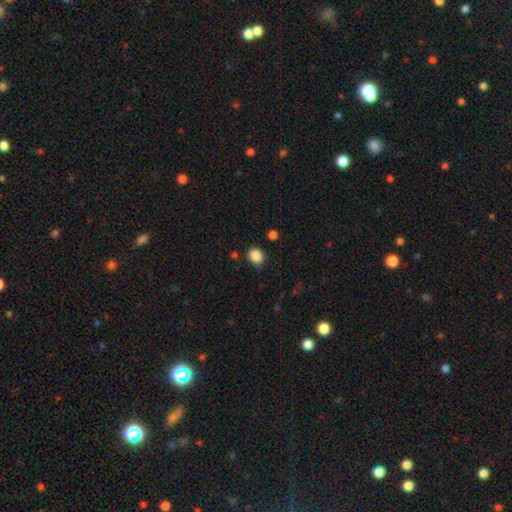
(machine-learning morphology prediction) smooth-or-featured: smooth: 87% | star or artifact: 10% | featured or disk: 3%
  how-rounded: round: 66% | in between: 33% | cigar-shaped: 1%
  merging: none: 75% | minor disturbance: 19% | major disturbance: 4% | merger: 3%